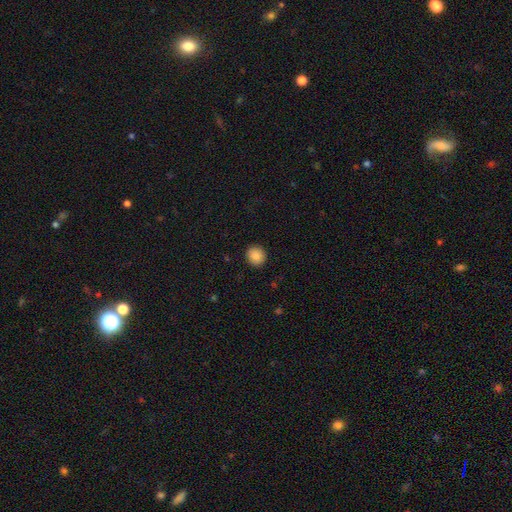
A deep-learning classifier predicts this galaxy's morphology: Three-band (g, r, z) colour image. It shows a smooth galaxy with no disk features (88%) that is round (87%). Merging: none (91%).